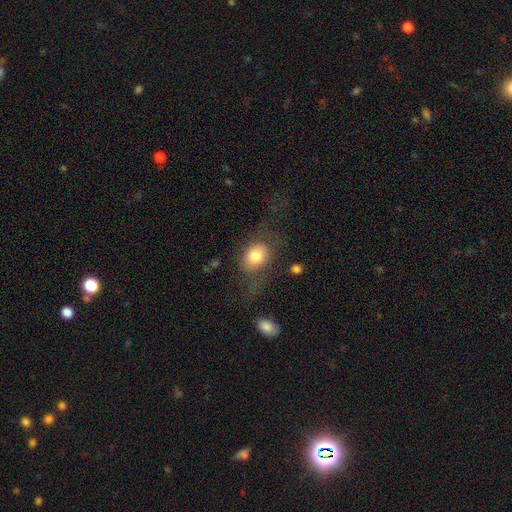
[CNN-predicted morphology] Smooth or featured?
  - smooth: 76% *
  - featured or disk: 16%
  - star or artifact: 9%
How rounded?
  - in between: 57% *
  - round: 41%
  - cigar-shaped: 1%
Merging?
  - none: 53% *
  - major disturbance: 24%
  - minor disturbance: 20%
  - merger: 3%